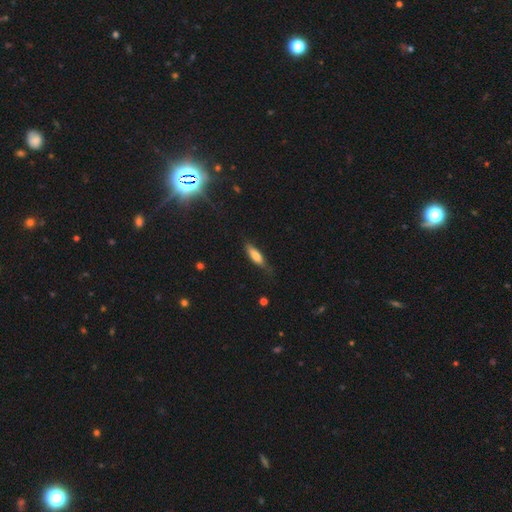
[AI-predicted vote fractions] Overall: smooth (72%). How rounded: cigar-shaped (53%; in between 45%). Merging: none (68%).